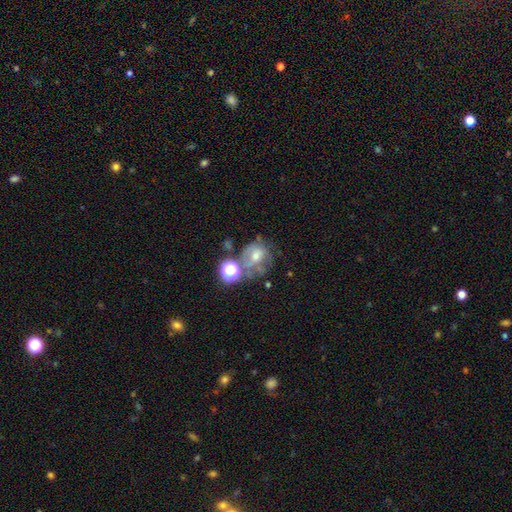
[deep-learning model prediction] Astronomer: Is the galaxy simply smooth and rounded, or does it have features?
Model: featured or disk — 46% (runner-up: smooth, 28%).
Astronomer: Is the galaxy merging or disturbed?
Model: none — 44% (runner-up: merger, 21%).